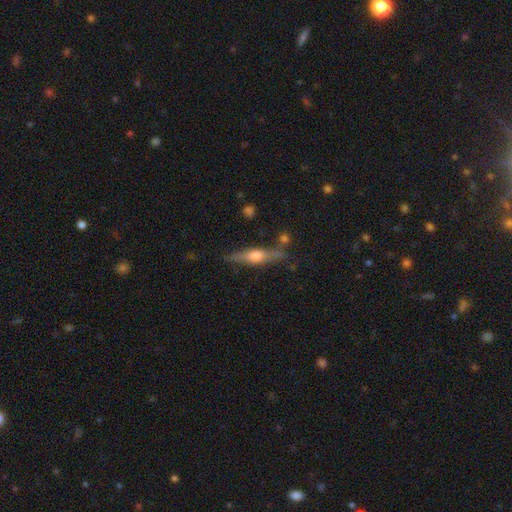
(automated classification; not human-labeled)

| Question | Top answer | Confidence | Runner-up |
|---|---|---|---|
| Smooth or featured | featured or disk | 61% | smooth (32%) |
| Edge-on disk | yes | 94% | no (6%) |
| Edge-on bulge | rounded | 89% | boxy (8%) |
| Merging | none | 77% | minor disturbance (14%) |